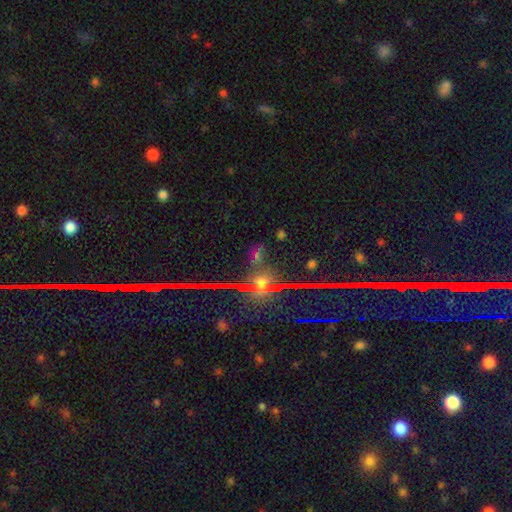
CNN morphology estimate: Smooth or featured?
  - star or artifact: 53% *
  - featured or disk: 31%
  - smooth: 16%